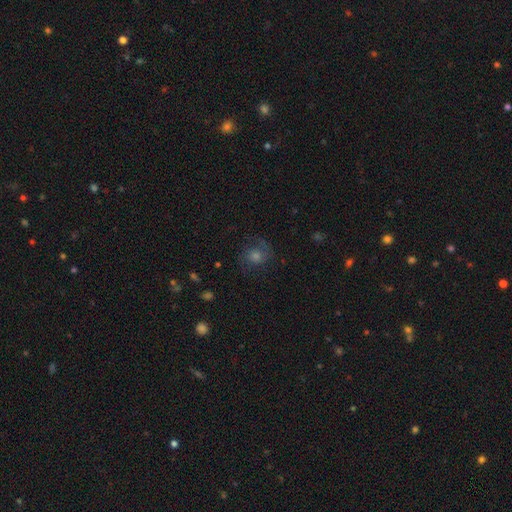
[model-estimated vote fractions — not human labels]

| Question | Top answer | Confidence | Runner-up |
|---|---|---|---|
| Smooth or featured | featured or disk | 50% | smooth (30%) |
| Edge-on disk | no | 97% | yes (3%) |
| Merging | none | 71% | minor disturbance (15%) |